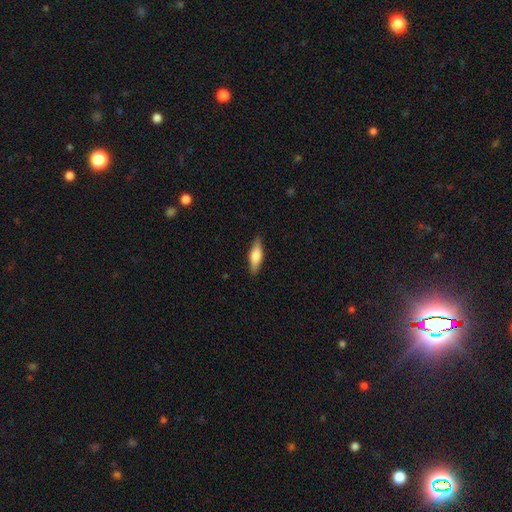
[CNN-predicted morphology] Smooth or featured? Predicted: smooth (p=0.68). How rounded? Predicted: in between (p=0.50). Merging? Predicted: none (p=0.88).